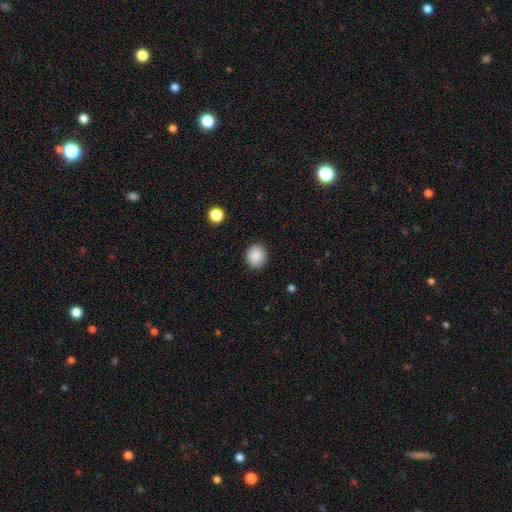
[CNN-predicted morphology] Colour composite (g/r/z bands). It shows a smooth galaxy with no disk features (88%) that is round (78%). Merging: none (90%).